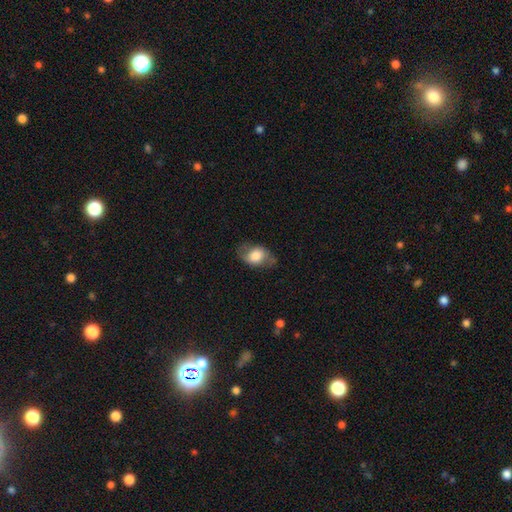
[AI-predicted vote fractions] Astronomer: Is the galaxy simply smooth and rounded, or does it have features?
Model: smooth — 65%.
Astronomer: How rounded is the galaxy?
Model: in between — 76%.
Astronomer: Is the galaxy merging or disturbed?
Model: none — 66%.